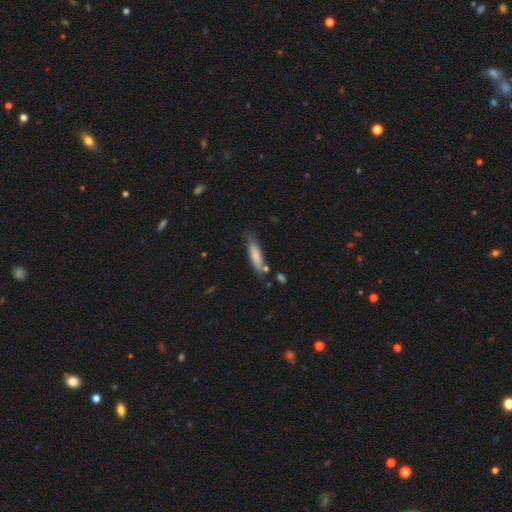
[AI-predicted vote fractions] Smooth or featured: smooth — 78% (featured or disk — 16%)
How rounded: cigar-shaped — 67% (in between — 32%)
Merging: none — 64% (minor disturbance — 23%)